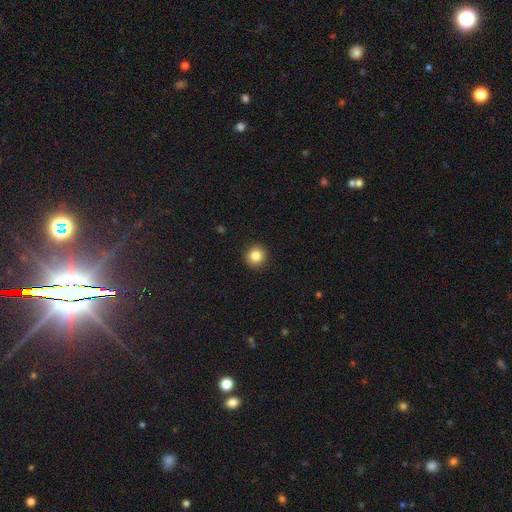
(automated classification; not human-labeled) smooth 84%, star or artifact 10%, featured or disk 6%. Down the decision tree: how rounded — round (94%); merging — none (93%).